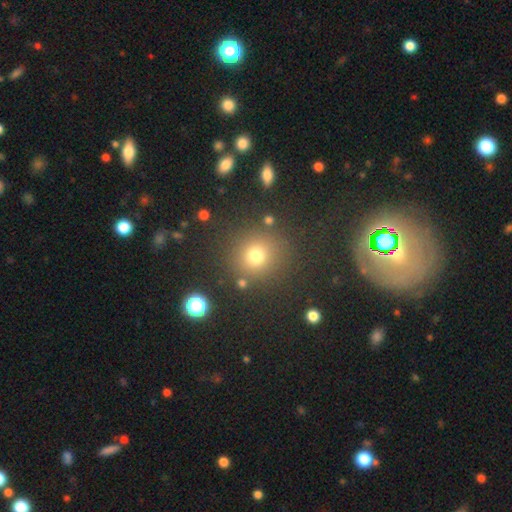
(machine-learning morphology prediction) smooth_or_featured: smooth (p=0.73) [alt: star or artifact p=0.20]
how_rounded: round (p=0.91) [alt: in between p=0.08]
merging: none (p=0.83) [alt: minor disturbance p=0.08]